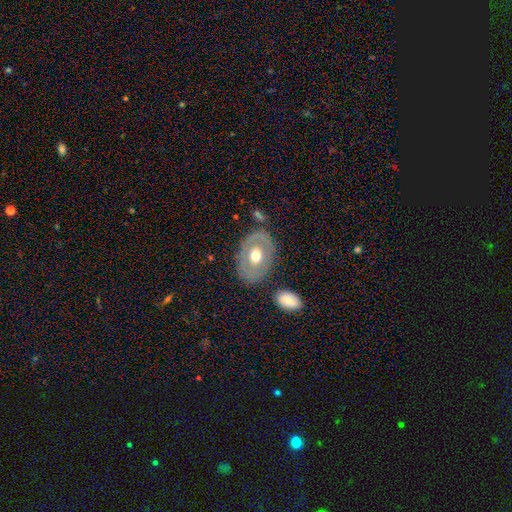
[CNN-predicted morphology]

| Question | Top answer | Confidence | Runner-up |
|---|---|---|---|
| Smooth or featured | featured or disk | 50% | smooth (44%) |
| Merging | none | 78% | minor disturbance (13%) |